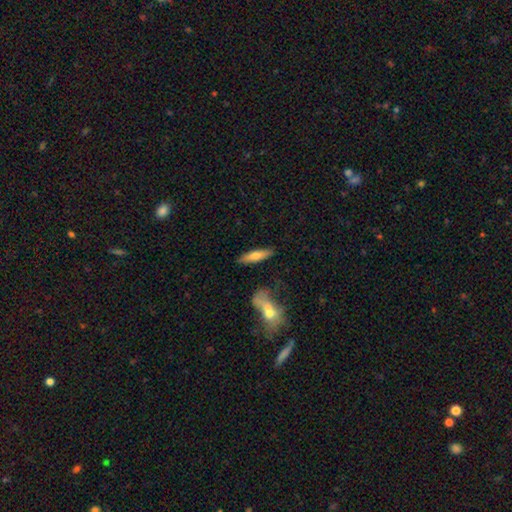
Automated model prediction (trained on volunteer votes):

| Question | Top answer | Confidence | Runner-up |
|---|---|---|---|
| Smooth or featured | smooth | 66% | featured or disk (27%) |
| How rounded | cigar-shaped | 69% | in between (29%) |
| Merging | none | 80% | minor disturbance (11%) |